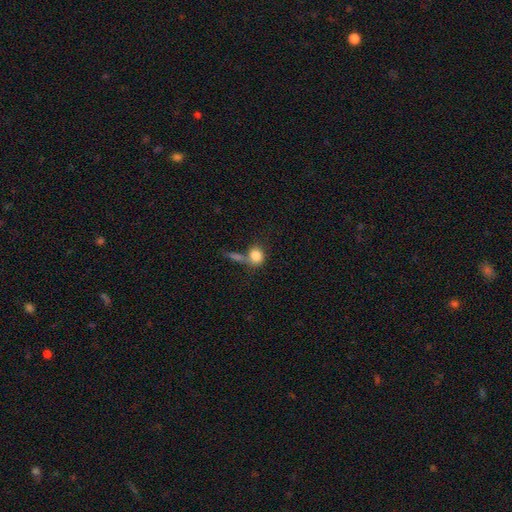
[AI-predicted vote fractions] smooth_or_featured: smooth (p=0.82) [alt: featured or disk p=0.09]
how_rounded: round (p=0.68) [alt: in between p=0.30]
merging: none (p=0.43) [alt: merger p=0.32]